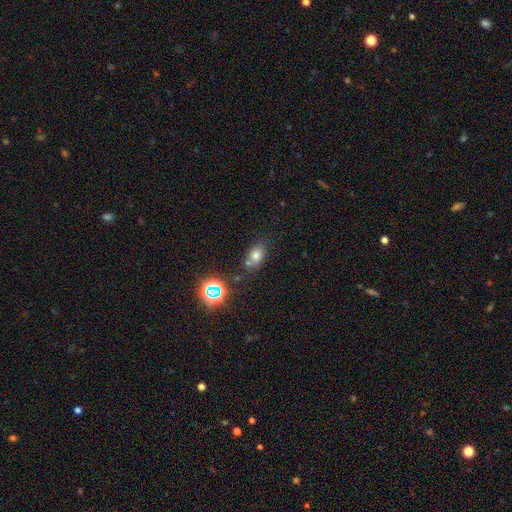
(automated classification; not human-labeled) Smooth or featured?
  - smooth: 69% *
  - star or artifact: 20%
  - featured or disk: 11%
How rounded?
  - in between: 72% *
  - round: 26%
  - cigar-shaped: 2%
Merging?
  - none: 65% *
  - merger: 16%
  - minor disturbance: 15%
  - major disturbance: 4%